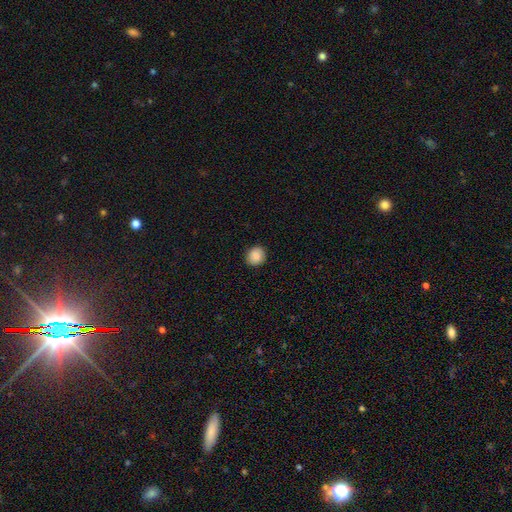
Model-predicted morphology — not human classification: A smooth galaxy with no disk features (88%) that is round (83%). Merging: none (91%).